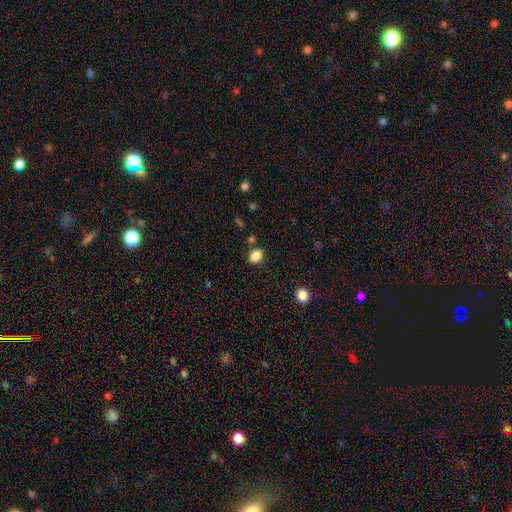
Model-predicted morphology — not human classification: type=smooth (86%); roundness=in between (69%); merging=none (79%).